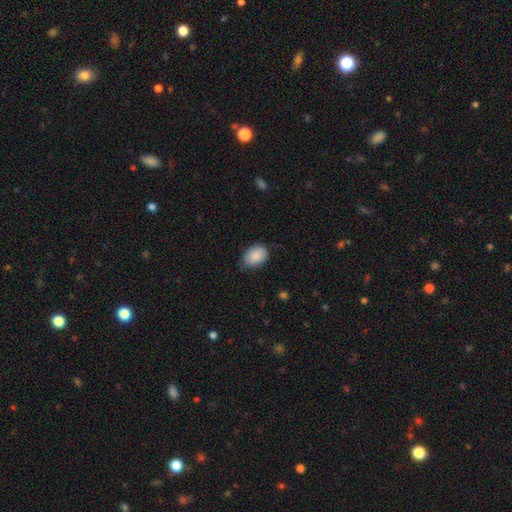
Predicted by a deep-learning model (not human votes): Smooth or featured: smooth — 87% (star or artifact — 7%)
How rounded: in between — 82% (round — 17%)
Merging: none — 69% (minor disturbance — 26%)